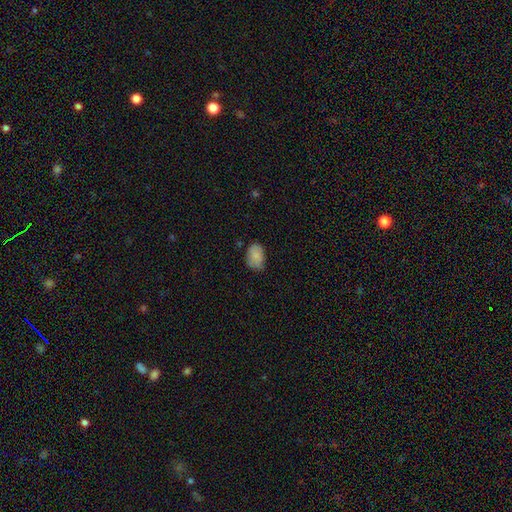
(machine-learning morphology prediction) smooth_or_featured: smooth (p=0.83) [alt: featured or disk p=0.08]
how_rounded: in between (p=0.84) [alt: round p=0.15]
merging: none (p=0.62) [alt: minor disturbance p=0.30]